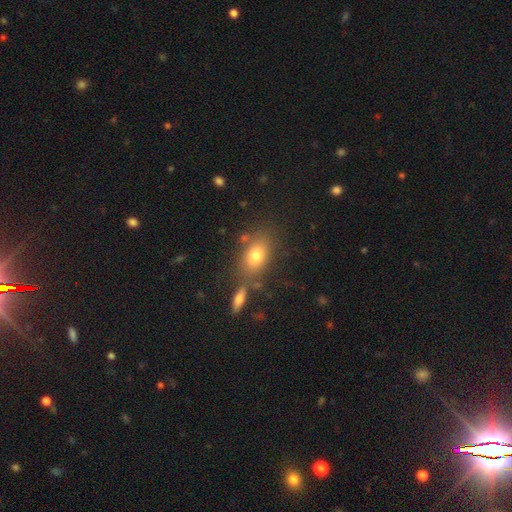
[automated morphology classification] A smooth galaxy with no disk features (76%) that is in between round and cigar-shaped (79%).

Vote fractions:
- Smooth or featured? smooth: 76% / featured or disk: 14% / star or artifact: 11%
- How rounded? in between: 79% / round: 18% / cigar-shaped: 3%
- Merging? none: 71% / merger: 12% / minor disturbance: 12% / major disturbance: 4%